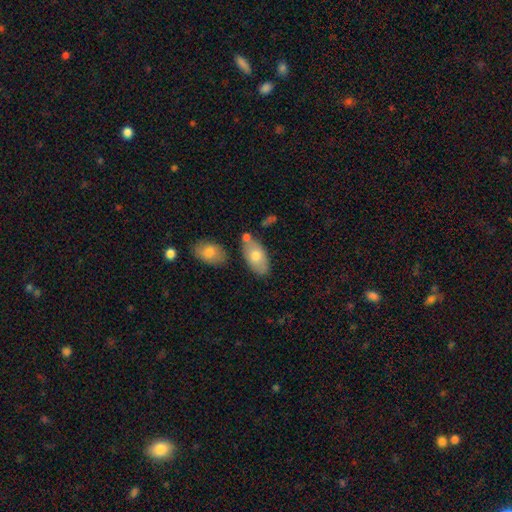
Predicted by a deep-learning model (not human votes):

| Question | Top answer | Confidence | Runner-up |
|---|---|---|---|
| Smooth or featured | smooth | 71% | featured or disk (24%) |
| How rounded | in between | 93% | round (4%) |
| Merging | none | 67% | minor disturbance (16%) |